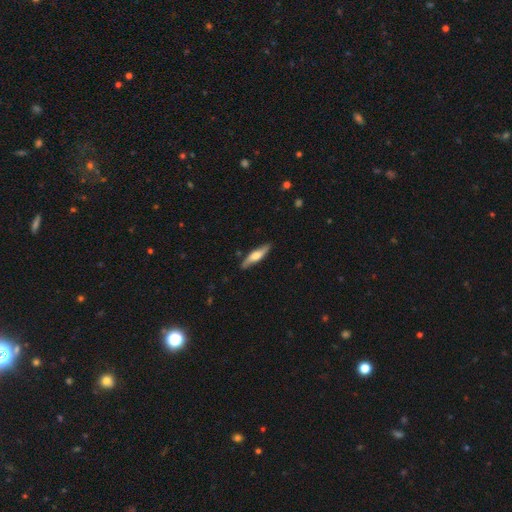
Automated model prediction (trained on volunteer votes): smooth-or-featured: featured or disk: 50% | smooth: 44% | star or artifact: 5%
  disk-edge-on: yes: 77% | no: 23%
  merging: none: 85% | minor disturbance: 11% | major disturbance: 2% | merger: 1%